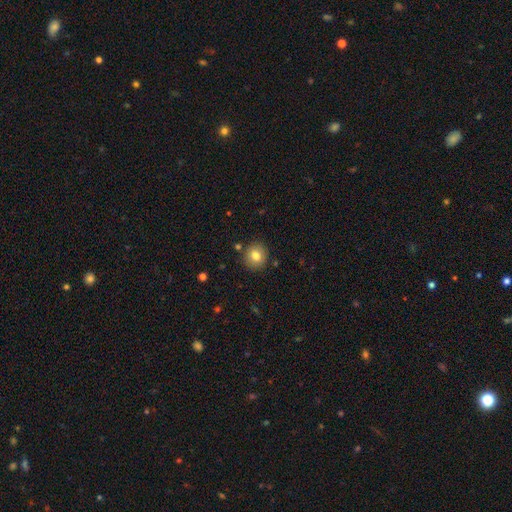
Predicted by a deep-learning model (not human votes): Morphology: type=smooth (80%); roundness=round (85%); merging=none (87%).